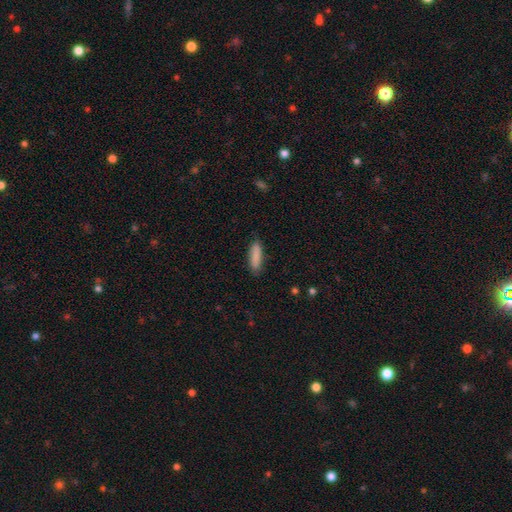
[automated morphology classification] This appears to be a smooth galaxy with no disk features (88%) that is cigar-shaped (56%). Merging: none (85%).